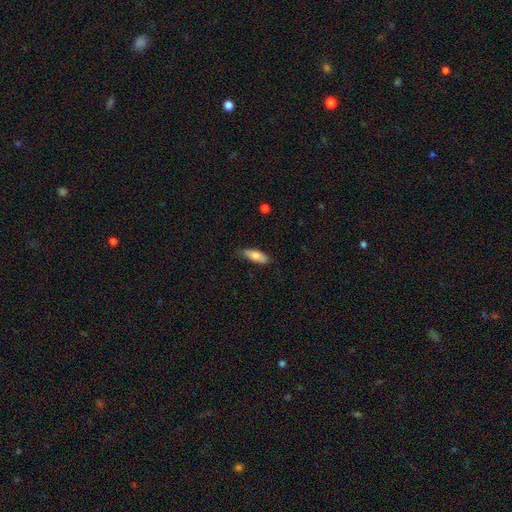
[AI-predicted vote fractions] smooth 80%, featured or disk 13%, star or artifact 6%. Down the decision tree: how rounded — in between (65%); merging — none (78%).